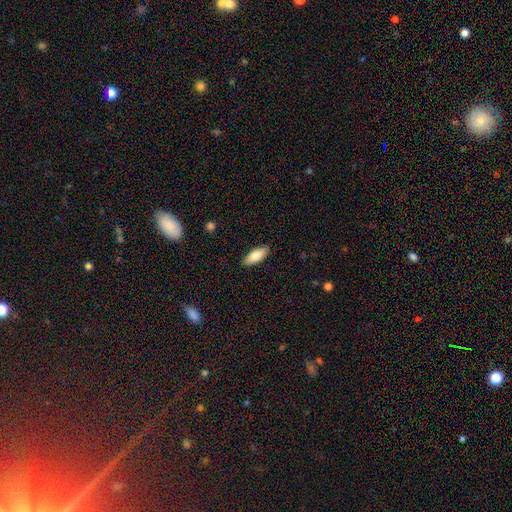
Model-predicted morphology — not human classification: smooth 81%, featured or disk 13%, star or artifact 6%. Down the decision tree: how rounded — in between (78%); merging — none (89%).